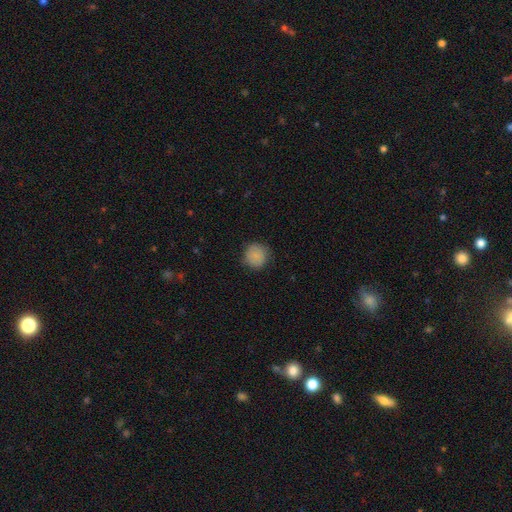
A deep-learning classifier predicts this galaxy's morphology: smooth_or_featured: smooth (p=0.86) [alt: star or artifact p=0.08]
how_rounded: round (p=0.90) [alt: in between p=0.09]
merging: none (p=0.81) [alt: minor disturbance p=0.14]